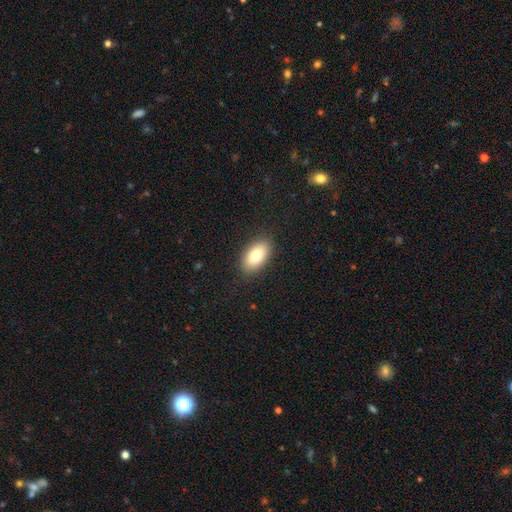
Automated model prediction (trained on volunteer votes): A smooth galaxy with no disk features (78%) that is in between round and cigar-shaped (93%). Merging: none (88%).